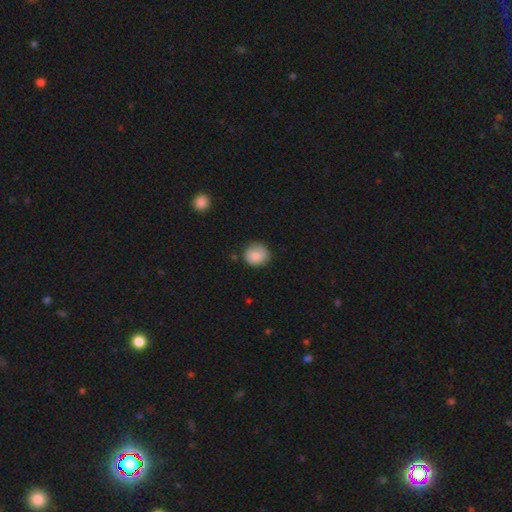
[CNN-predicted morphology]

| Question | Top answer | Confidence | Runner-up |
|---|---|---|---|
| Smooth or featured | smooth | 84% | featured or disk (9%) |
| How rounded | round | 84% | in between (15%) |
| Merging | none | 74% | minor disturbance (20%) |